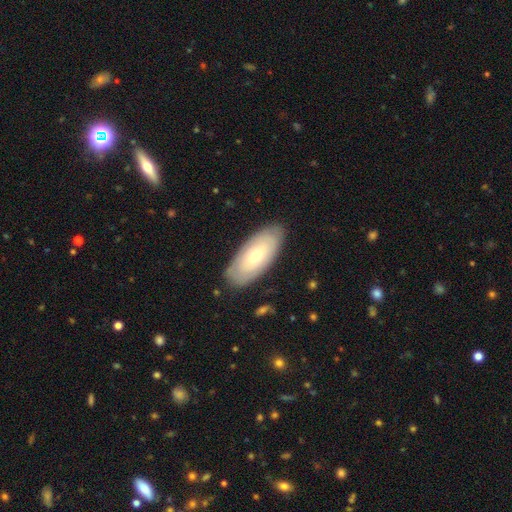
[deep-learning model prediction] This appears to be a smooth galaxy with no disk features (55%) that is in between round and cigar-shaped (89%). Merging: none (85%).